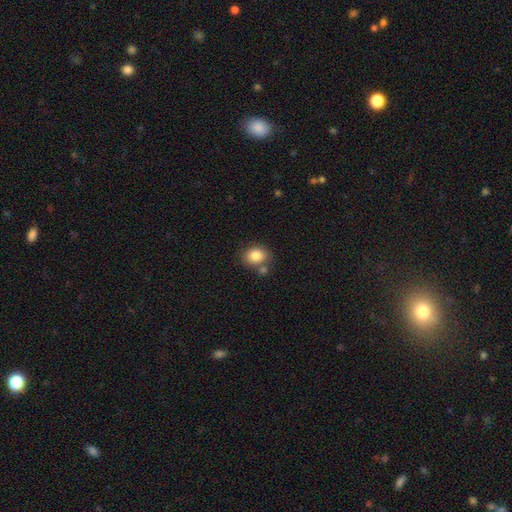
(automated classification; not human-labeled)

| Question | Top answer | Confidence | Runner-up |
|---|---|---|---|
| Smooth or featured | smooth | 84% | star or artifact (9%) |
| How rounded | round | 58% | in between (42%) |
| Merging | none | 66% | merger (18%) |